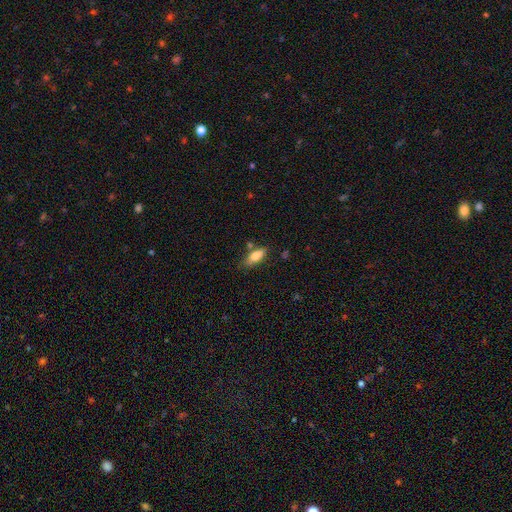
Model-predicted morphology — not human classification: Q: Smooth or featured?
A: smooth (80%); runner-up: featured or disk (13%)
Q: How rounded?
A: in between (75%); runner-up: cigar-shaped (22%)
Q: Merging?
A: none (64%); runner-up: minor disturbance (22%)